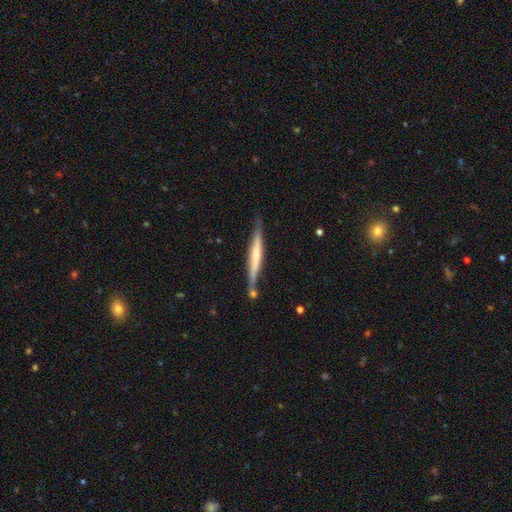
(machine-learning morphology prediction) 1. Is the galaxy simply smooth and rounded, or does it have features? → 52% featured or disk, 43% smooth, 6% star or artifact.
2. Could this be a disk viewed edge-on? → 94% yes, 6% no.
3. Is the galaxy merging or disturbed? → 70% none, 17% minor disturbance, 9% merger, 4% major disturbance.